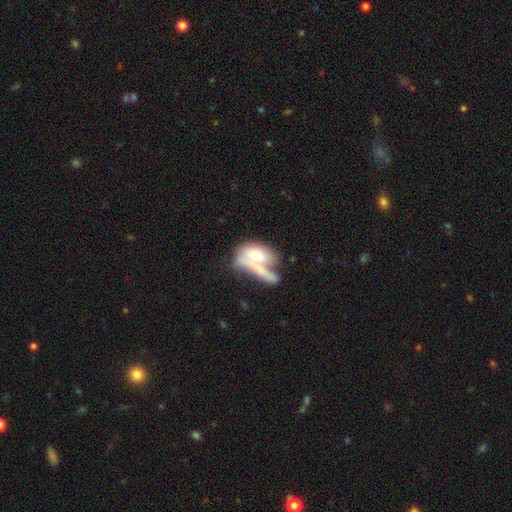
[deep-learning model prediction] A smooth galaxy with no disk features (59%) that is in between round and cigar-shaped (74%).

Vote fractions:
- Smooth or featured? smooth: 59% / featured or disk: 34% / star or artifact: 7%
- How rounded? in between: 74% / round: 18% / cigar-shaped: 8%
- Merging? merger: 54% / major disturbance: 18% / none: 17% / minor disturbance: 10%